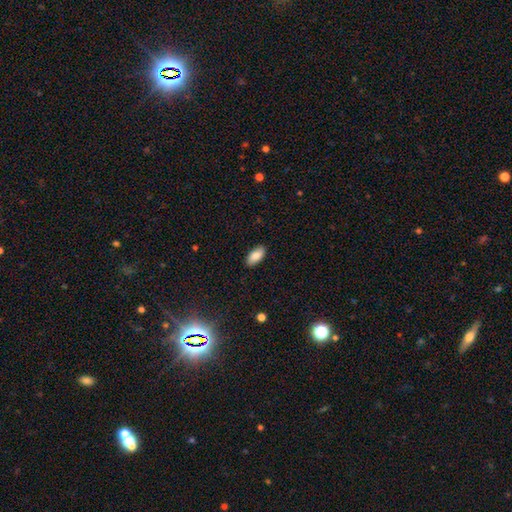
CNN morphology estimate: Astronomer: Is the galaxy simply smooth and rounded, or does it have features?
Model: smooth — 86%.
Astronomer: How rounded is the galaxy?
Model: in between — 92%.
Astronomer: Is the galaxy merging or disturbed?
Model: none — 89%.